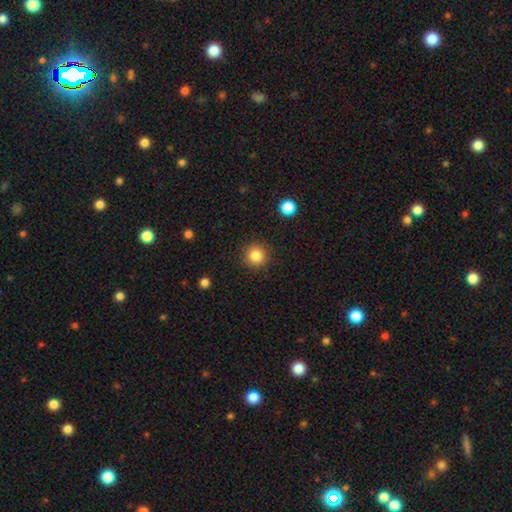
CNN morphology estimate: smooth_or_featured: smooth (p=0.85) [alt: star or artifact p=0.11]
how_rounded: round (p=0.95) [alt: in between p=0.04]
merging: none (p=0.91) [alt: minor disturbance p=0.06]